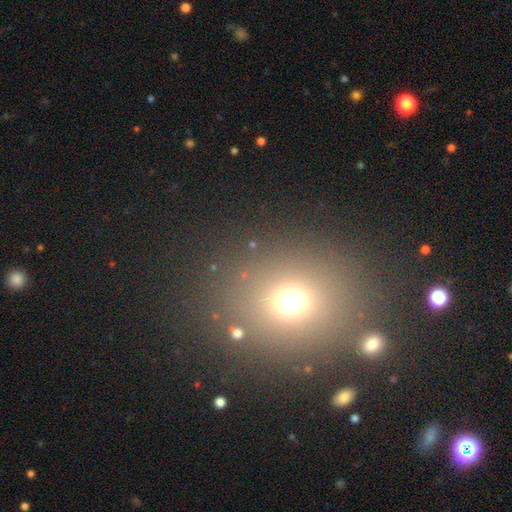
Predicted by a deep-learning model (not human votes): This appears to be a smooth galaxy with no disk features (63%) that is round (61%). Merging: none (85%).